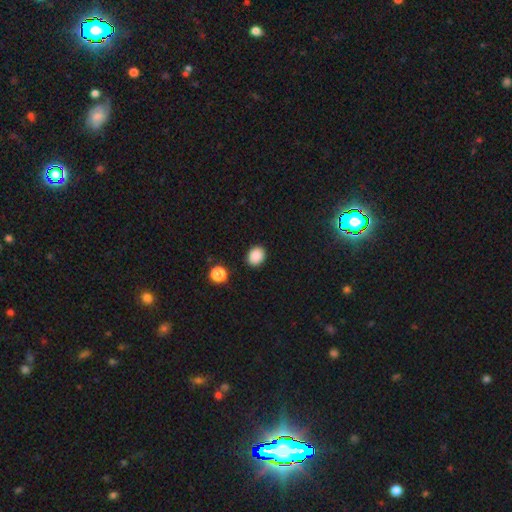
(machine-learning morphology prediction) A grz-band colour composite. It shows a smooth galaxy with no disk features (87%) that is in between round and cigar-shaped (54%). Merging: none (87%).